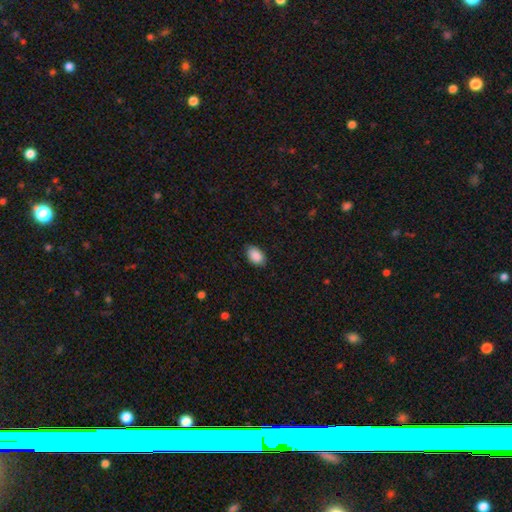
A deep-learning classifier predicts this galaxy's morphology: smooth_or_featured: smooth (p=0.90) [alt: star or artifact p=0.07]
how_rounded: in between (p=0.89) [alt: round p=0.10]
merging: none (p=0.86) [alt: minor disturbance p=0.11]